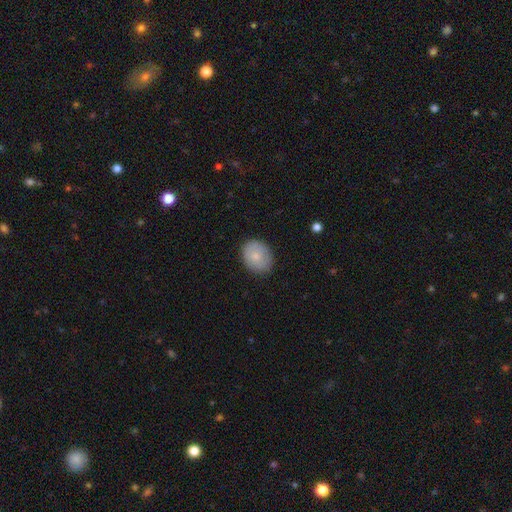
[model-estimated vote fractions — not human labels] Smooth or featured?
  - smooth: 78% *
  - featured or disk: 15%
  - star or artifact: 7%
How rounded?
  - in between: 53% *
  - round: 46%
  - cigar-shaped: 1%
Merging?
  - none: 84% *
  - minor disturbance: 12%
  - major disturbance: 3%
  - merger: 1%